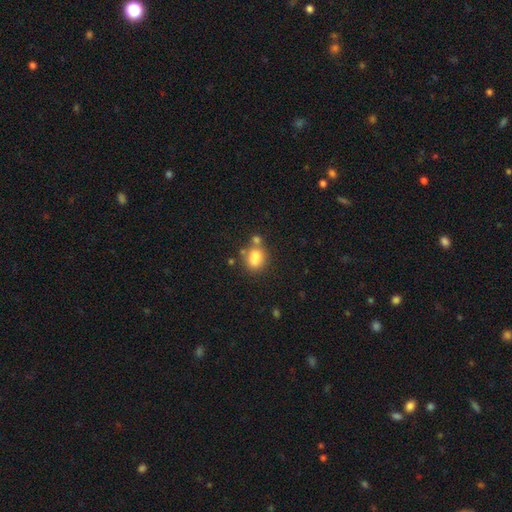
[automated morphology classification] Smooth or featured? smooth (68%)
How rounded? round (62%)
Merging? merger (43%)